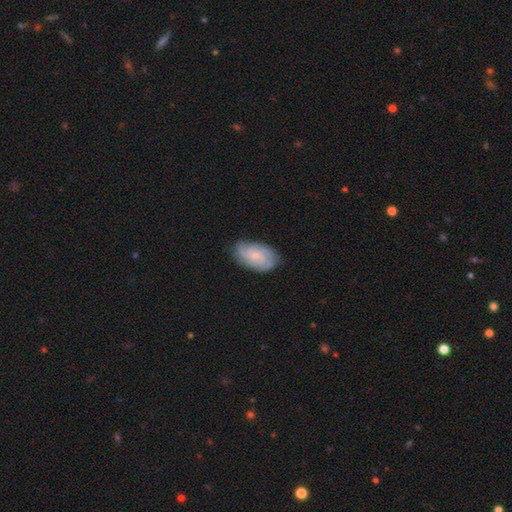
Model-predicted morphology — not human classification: Smooth or featured?
  - featured or disk: 56% *
  - smooth: 37%
  - star or artifact: 7%
Edge-on disk?
  - no: 96% *
  - yes: 4%
Bar?
  - no: 73% *
  - weak: 24%
  - strong: 3%
Spiral arms?
  - yes: 87% *
  - no: 13%
Bulge size?
  - small: 58% *
  - moderate: 22%
  - none: 16%
  - large: 2%
  - dominant: 1%
Merging?
  - none: 75% *
  - minor disturbance: 19%
  - major disturbance: 5%
  - merger: 1%